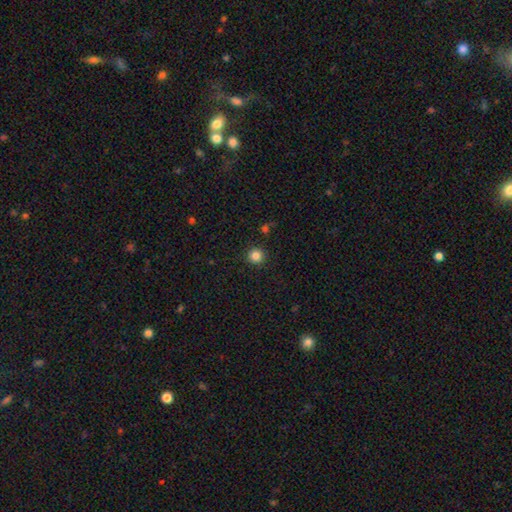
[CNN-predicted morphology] smooth_or_featured: smooth (p=0.84) [alt: star or artifact p=0.12]
how_rounded: round (p=0.95) [alt: in between p=0.04]
merging: none (p=0.91) [alt: minor disturbance p=0.05]